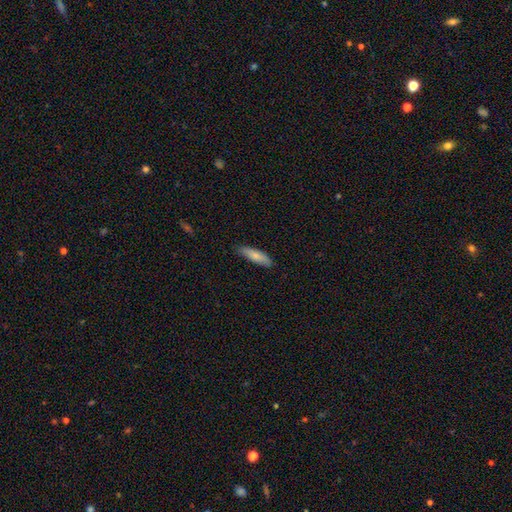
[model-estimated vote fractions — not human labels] This appears to be a smooth galaxy with no disk features (80%) that is cigar-shaped (58%). Merging: none (78%).